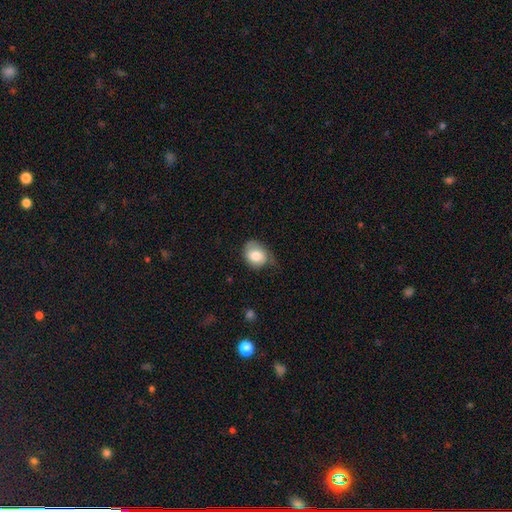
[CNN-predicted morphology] A smooth galaxy with no disk features (74%) that is in between round and cigar-shaped (51%). Merging: none (43%).